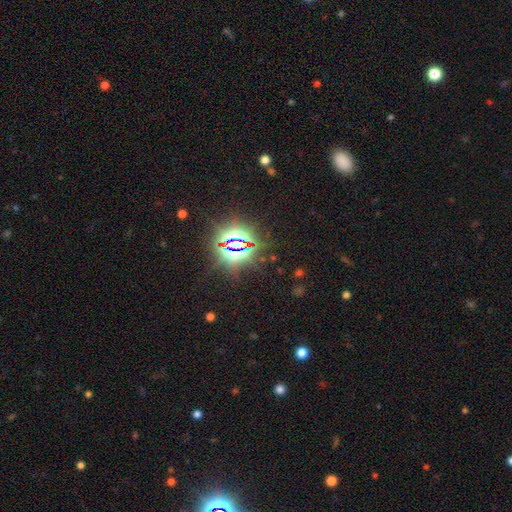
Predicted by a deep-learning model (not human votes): Smooth or featured: star or artifact — 84% (smooth — 10%)